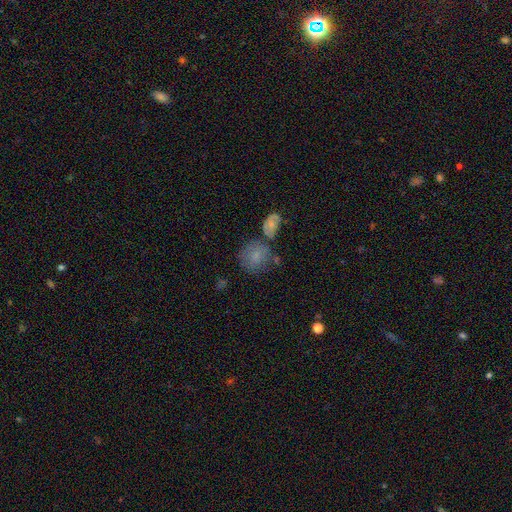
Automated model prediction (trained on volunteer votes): A smooth galaxy with no disk features (75%) that is round (74%). Merging: none (49%).